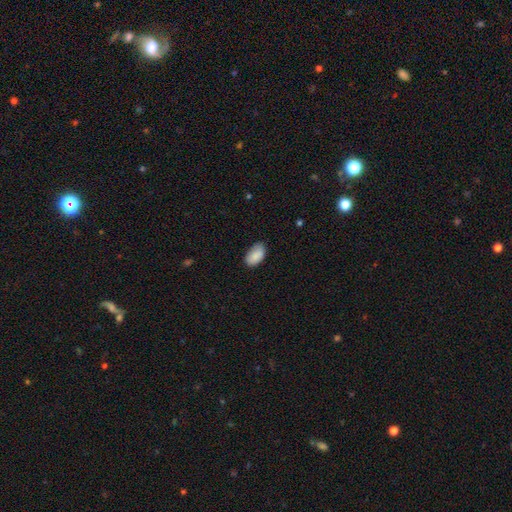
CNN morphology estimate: smooth-or-featured: smooth: 87% | star or artifact: 7% | featured or disk: 6%
  how-rounded: in between: 94% | round: 5% | cigar-shaped: 1%
  merging: none: 71% | minor disturbance: 24% | major disturbance: 4% | merger: 1%